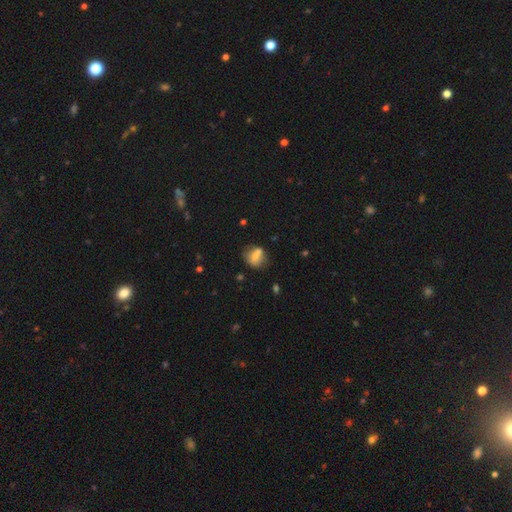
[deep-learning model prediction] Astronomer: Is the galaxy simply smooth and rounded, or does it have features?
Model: smooth — 64%.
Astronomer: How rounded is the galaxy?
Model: round — 65%.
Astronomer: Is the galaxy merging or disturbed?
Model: none — 54%.